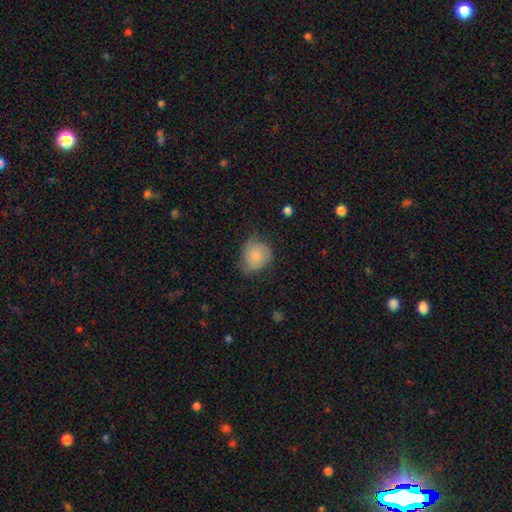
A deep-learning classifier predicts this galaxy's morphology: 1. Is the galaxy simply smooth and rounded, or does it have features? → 73% smooth, 19% featured or disk, 8% star or artifact.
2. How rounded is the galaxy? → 66% round, 33% in between, 1% cigar-shaped.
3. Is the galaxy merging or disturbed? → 55% none, 35% minor disturbance, 9% major disturbance, 1% merger.